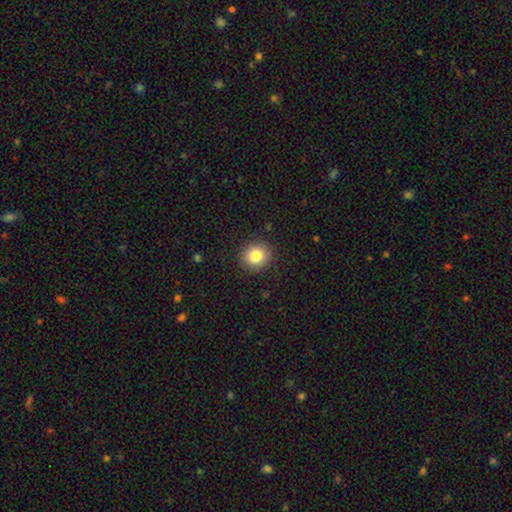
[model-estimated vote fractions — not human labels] Smooth or featured?
  - smooth: 83% *
  - star or artifact: 10%
  - featured or disk: 7%
How rounded?
  - round: 87% *
  - in between: 12%
  - cigar-shaped: 1%
Merging?
  - none: 90% *
  - minor disturbance: 7%
  - major disturbance: 2%
  - merger: 1%